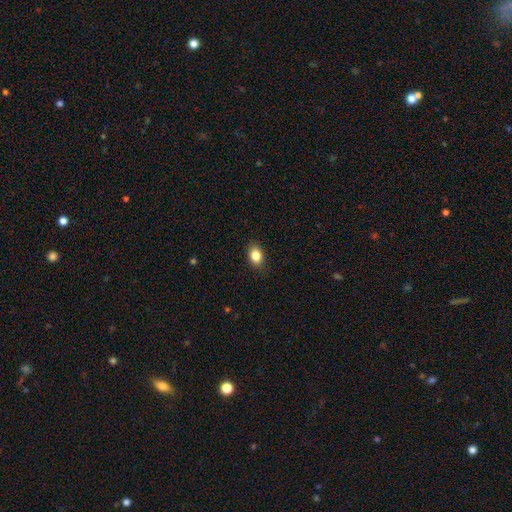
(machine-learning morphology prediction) Smooth or featured: smooth — 84% (star or artifact — 9%)
How rounded: in between — 73% (round — 26%)
Merging: none — 87% (minor disturbance — 10%)